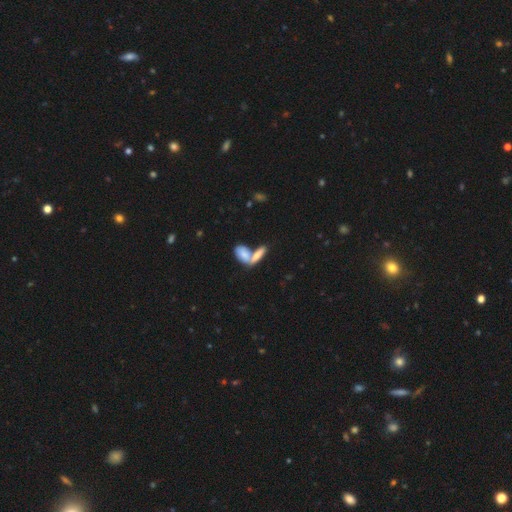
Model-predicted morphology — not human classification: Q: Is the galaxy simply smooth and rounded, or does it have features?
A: smooth — 72%.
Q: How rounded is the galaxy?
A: in between — 75%.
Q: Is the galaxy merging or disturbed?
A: merger — 66%.